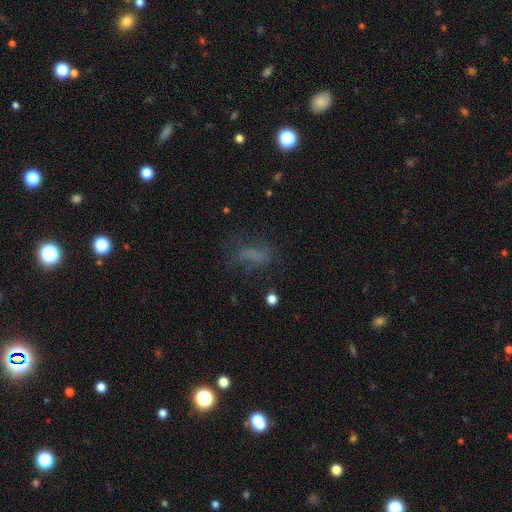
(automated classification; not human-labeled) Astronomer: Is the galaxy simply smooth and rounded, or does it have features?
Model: smooth — 59%.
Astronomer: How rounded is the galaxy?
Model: in between — 61%.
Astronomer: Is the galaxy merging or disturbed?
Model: none — 60%.